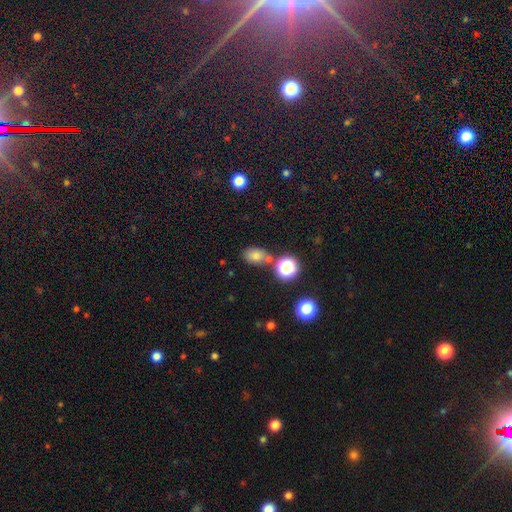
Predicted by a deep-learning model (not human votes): The model was most divided on "how rounded": in between: 74%, round: 25%, cigar-shaped: 2%. More confident: smooth or featured — smooth (73%); merging — none (66%).